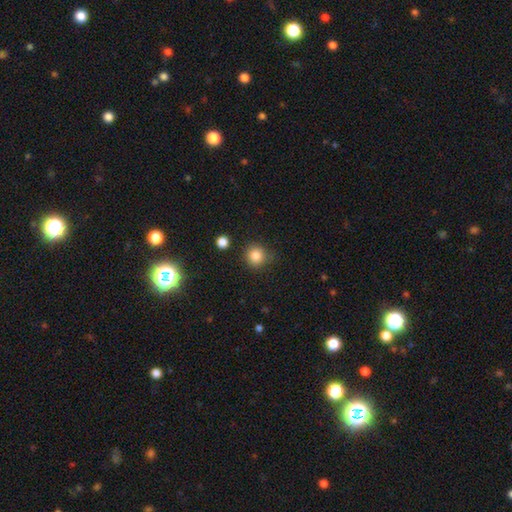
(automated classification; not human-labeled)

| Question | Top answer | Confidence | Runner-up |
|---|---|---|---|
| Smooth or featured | smooth | 84% | star or artifact (11%) |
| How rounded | round | 92% | in between (7%) |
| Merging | none | 84% | minor disturbance (10%) |